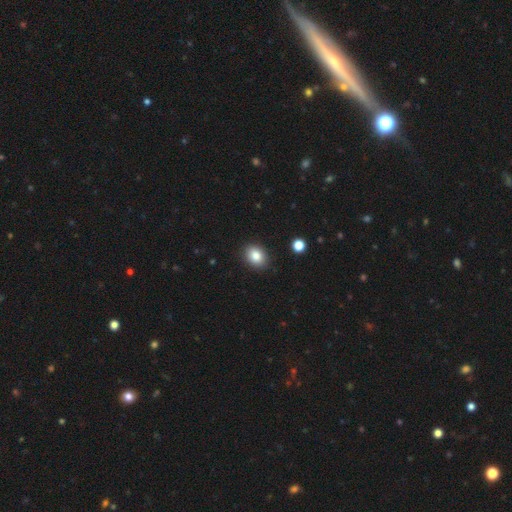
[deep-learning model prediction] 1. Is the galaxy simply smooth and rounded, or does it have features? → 84% smooth, 10% star or artifact, 6% featured or disk.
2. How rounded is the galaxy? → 57% in between, 42% round, 1% cigar-shaped.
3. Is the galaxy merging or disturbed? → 88% none, 8% minor disturbance, 2% major disturbance, 2% merger.